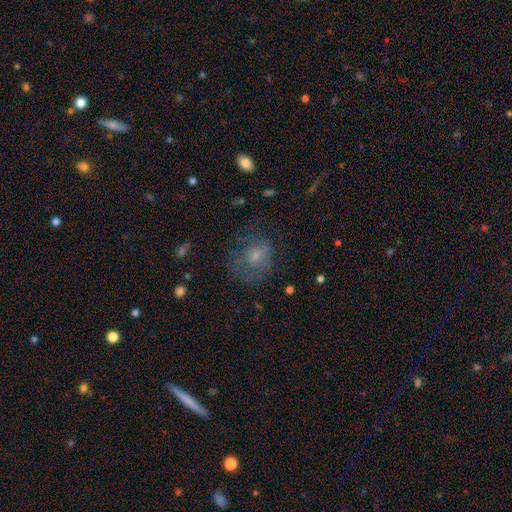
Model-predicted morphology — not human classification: Smooth or featured: smooth — 48% (featured or disk — 37%)
Merging: none — 52% (major disturbance — 24%)